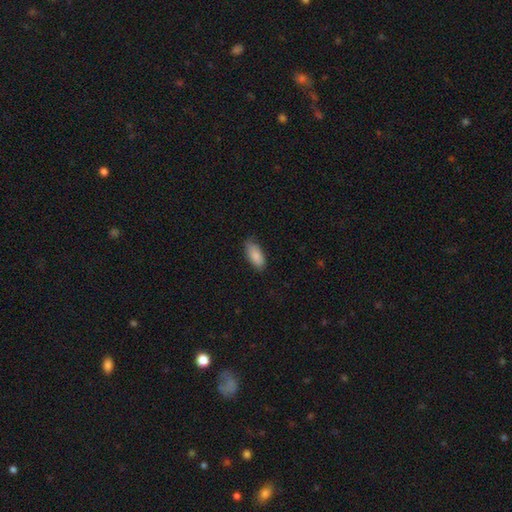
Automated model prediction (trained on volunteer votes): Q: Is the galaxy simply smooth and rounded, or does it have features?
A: smooth — 88%.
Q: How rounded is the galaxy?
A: in between — 87%.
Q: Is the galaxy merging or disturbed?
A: none — 76%.